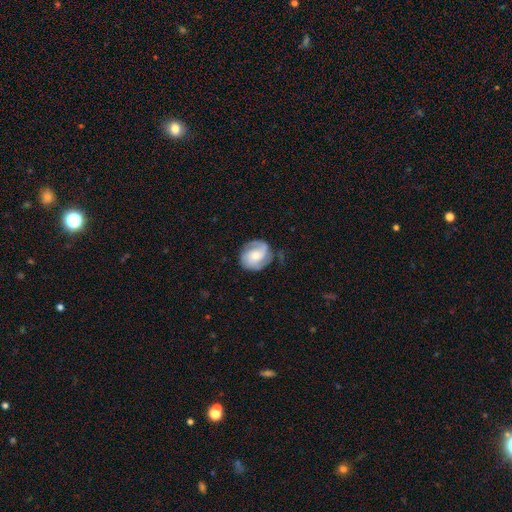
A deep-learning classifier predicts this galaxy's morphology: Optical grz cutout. It shows a featured or disk galaxy (74%) with no bar (61%), 2 (54%) tight (43%) spiral arms (94%) and a moderate central bulge (53%). Merging: none (68%).